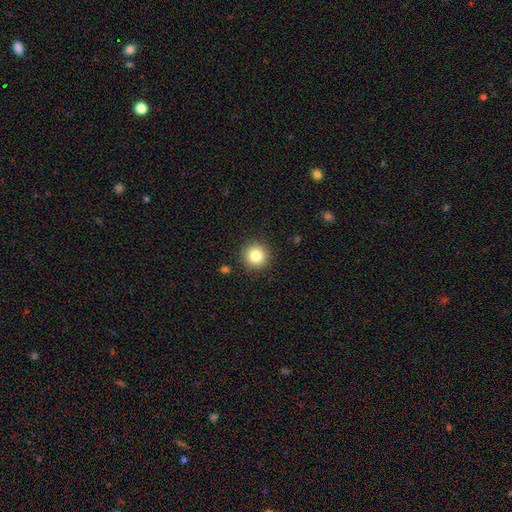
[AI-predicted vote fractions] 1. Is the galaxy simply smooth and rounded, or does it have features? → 83% smooth, 11% star or artifact, 7% featured or disk.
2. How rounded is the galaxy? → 95% round, 4% in between, 1% cigar-shaped.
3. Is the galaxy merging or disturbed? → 91% none, 6% minor disturbance, 2% major disturbance, 1% merger.